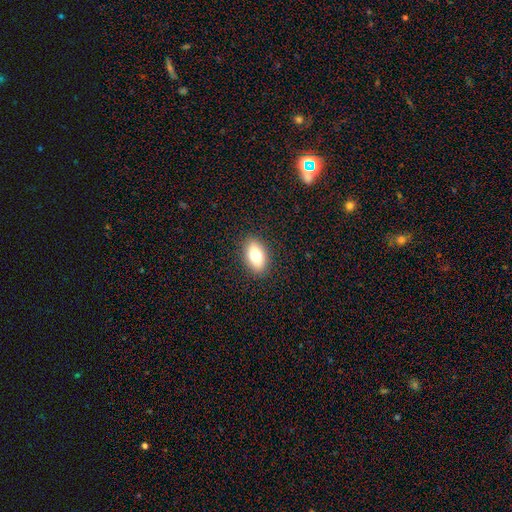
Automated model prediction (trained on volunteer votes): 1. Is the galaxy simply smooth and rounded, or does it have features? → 78% smooth, 14% featured or disk, 8% star or artifact.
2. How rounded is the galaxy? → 90% in between, 7% round, 3% cigar-shaped.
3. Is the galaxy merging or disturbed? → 89% none, 8% minor disturbance, 2% major disturbance, 1% merger.